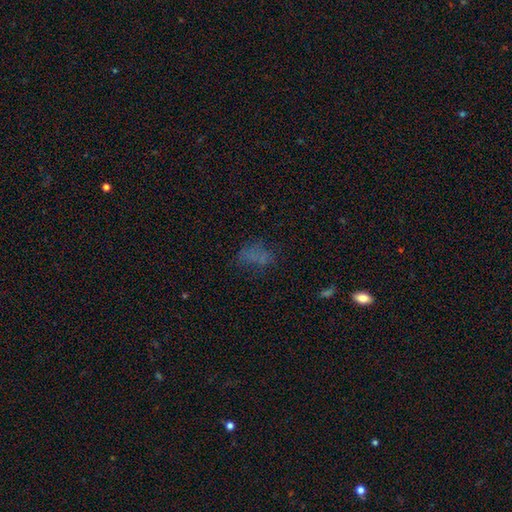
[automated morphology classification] smooth 53%, star or artifact 25%, featured or disk 22%. Down the decision tree: how rounded — in between (78%); merging — none (52%).